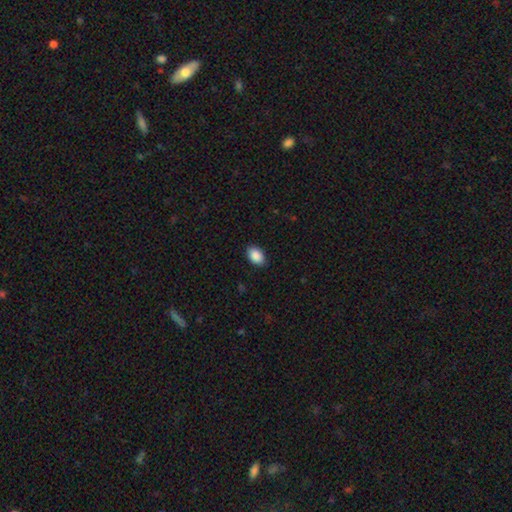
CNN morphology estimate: smooth 90%, star or artifact 7%, featured or disk 3%. Down the decision tree: how rounded — in between (89%); merging — none (89%).